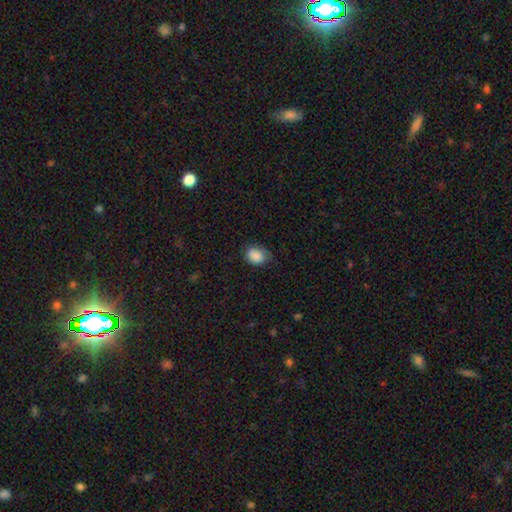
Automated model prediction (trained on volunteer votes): smooth-or-featured: smooth: 87% | star or artifact: 8% | featured or disk: 5%
  how-rounded: in between: 62% | round: 37% | cigar-shaped: 1%
  merging: none: 67% | minor disturbance: 26% | major disturbance: 6% | merger: 1%